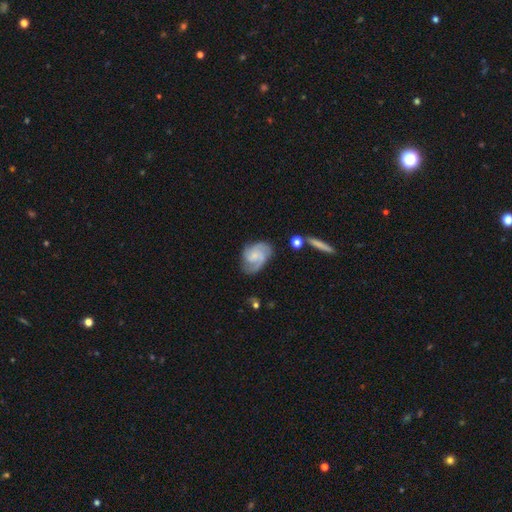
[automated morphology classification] Smooth or featured? featured or disk (77%)
Edge-on disk? no (98%)
Bar? no (64%)
Spiral arms? yes (95%)
Spiral winding? medium (45%)
Spiral arm count? 3 (39%)
Bulge size? small (53%)
Merging? none (65%)